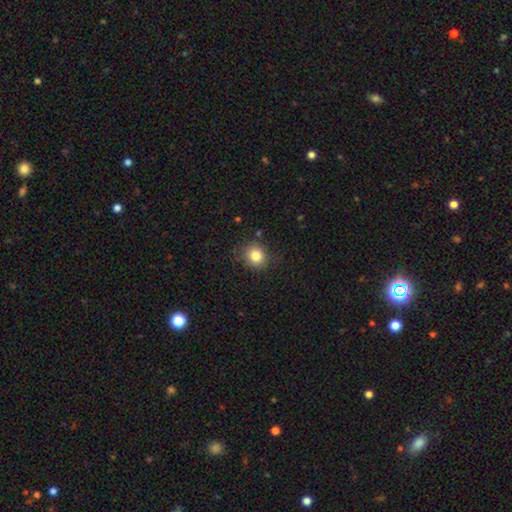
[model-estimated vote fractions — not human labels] Smooth or featured?
  - smooth: 83% *
  - star or artifact: 11%
  - featured or disk: 6%
How rounded?
  - round: 84% *
  - in between: 15%
  - cigar-shaped: 1%
Merging?
  - none: 84% *
  - minor disturbance: 11%
  - major disturbance: 3%
  - merger: 2%